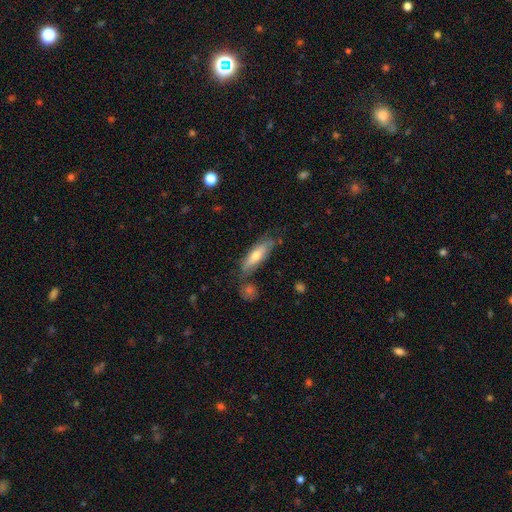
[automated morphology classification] smooth 56%, featured or disk 38%, star or artifact 6%. Down the decision tree: how rounded — cigar-shaped (56%); merging — none (67%).